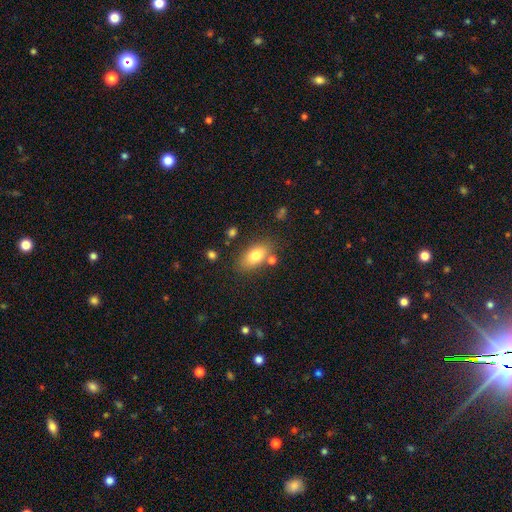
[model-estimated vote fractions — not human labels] Q: Smooth or featured?
A: smooth (78%); runner-up: featured or disk (14%)
Q: How rounded?
A: in between (88%); runner-up: round (8%)
Q: Merging?
A: none (75%); runner-up: minor disturbance (13%)